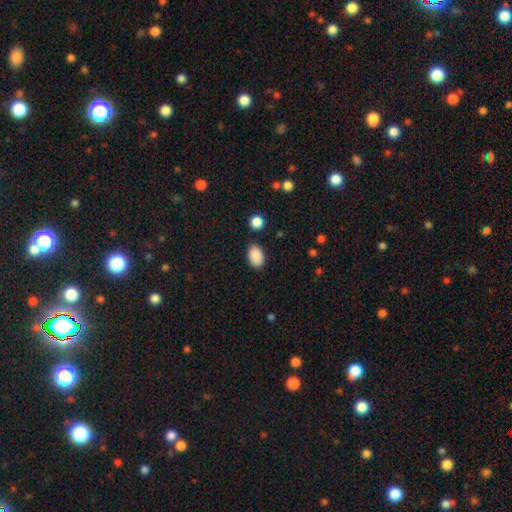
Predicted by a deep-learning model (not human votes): This is clearly a smooth galaxy (90%). How rounded: clearly in between (90%). Merging: clearly none (86%).